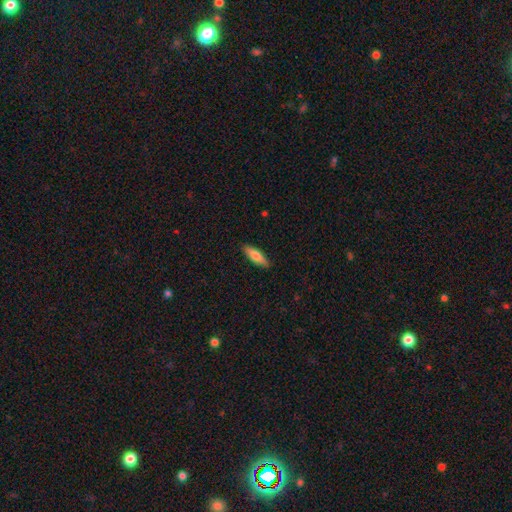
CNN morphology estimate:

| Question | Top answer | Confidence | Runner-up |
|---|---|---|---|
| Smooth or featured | smooth | 69% | featured or disk (25%) |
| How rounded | cigar-shaped | 50% | in between (48%) |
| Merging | none | 89% | minor disturbance (8%) |